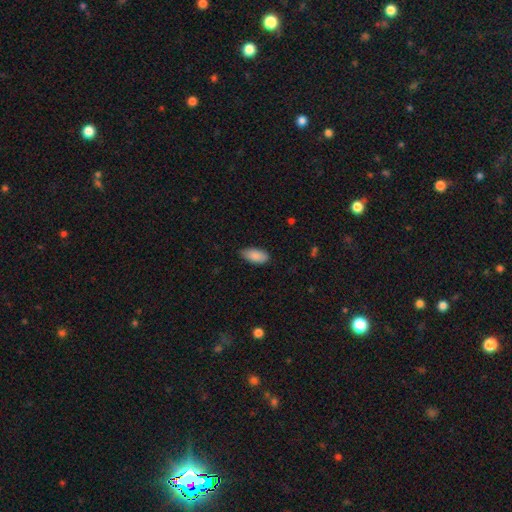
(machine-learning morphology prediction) Overall: smooth (88%). How rounded: in between (93%). Merging: none (74%).